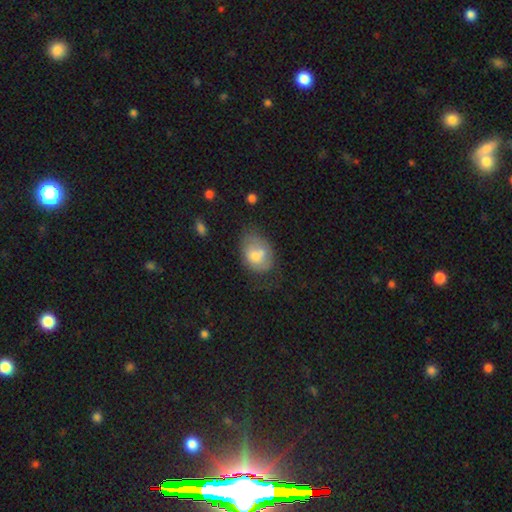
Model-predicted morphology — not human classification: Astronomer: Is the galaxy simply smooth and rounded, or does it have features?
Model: smooth — 63%.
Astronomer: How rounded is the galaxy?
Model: in between — 72%.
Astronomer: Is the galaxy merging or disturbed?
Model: none — 34% (runner-up: minor disturbance, 28%).